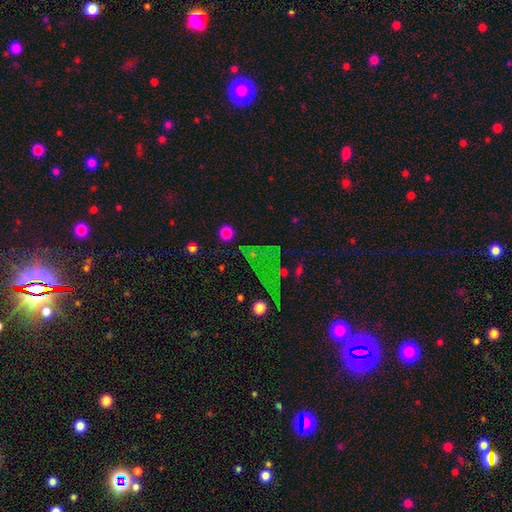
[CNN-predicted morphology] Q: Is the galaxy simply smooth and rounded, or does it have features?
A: star or artifact — 56%.